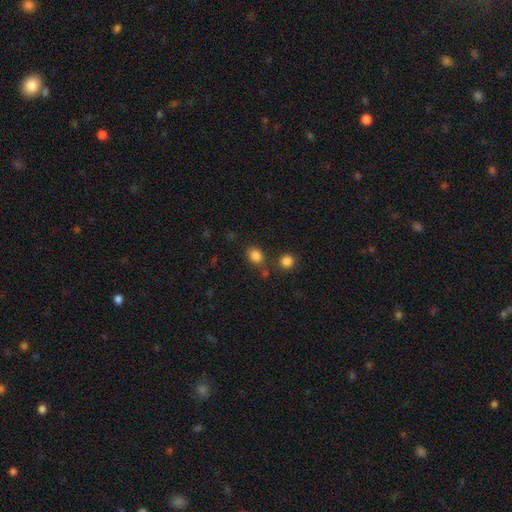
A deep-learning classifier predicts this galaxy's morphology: This is clearly a smooth galaxy (84%). How rounded: possibly round (53%). Merging: likely none (73%).